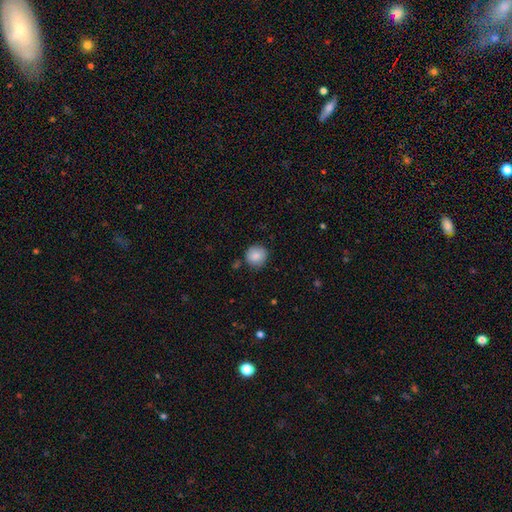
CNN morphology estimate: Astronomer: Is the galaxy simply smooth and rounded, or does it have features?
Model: smooth — 86%.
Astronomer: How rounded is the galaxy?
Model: round — 91%.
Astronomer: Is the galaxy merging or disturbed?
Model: none — 83%.